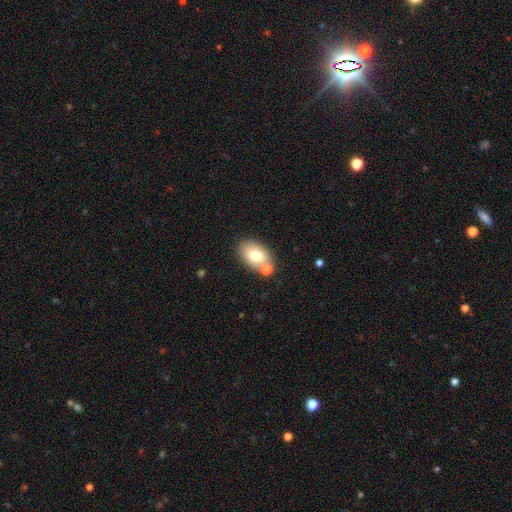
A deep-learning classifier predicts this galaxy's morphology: type=smooth (73%); roundness=in between (86%); merging=none (64%).